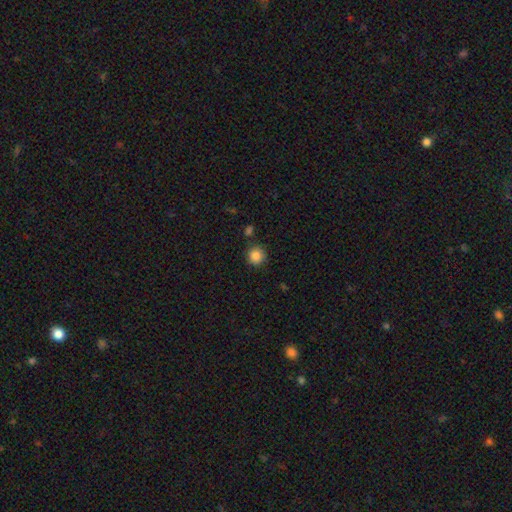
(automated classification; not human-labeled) Smooth or featured?
  - smooth: 86% *
  - star or artifact: 10%
  - featured or disk: 5%
How rounded?
  - round: 93% *
  - in between: 6%
  - cigar-shaped: 1%
Merging?
  - none: 82% *
  - minor disturbance: 11%
  - merger: 4%
  - major disturbance: 3%